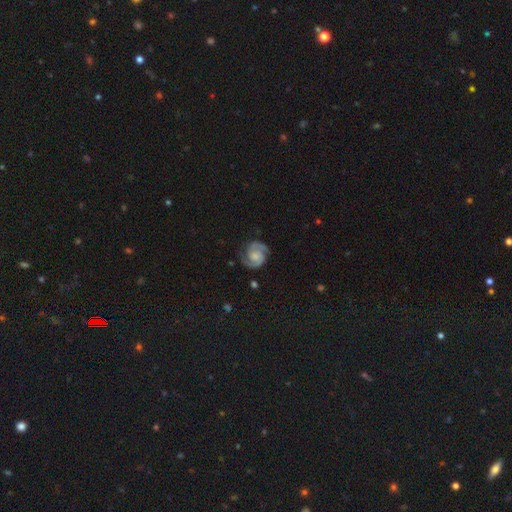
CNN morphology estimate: smooth-or-featured: featured or disk: 88% | smooth: 7% | star or artifact: 5%
  disk-edge-on: no: 98% | yes: 2%
    bar: no: 61% | weak: 32% | strong: 7%
    has-spiral-arms: yes: 98% | no: 2%
      spiral-winding: medium: 46% (tied) | tight: 46% (tied) | loose: 8%
      spiral-arm-count: 2: 91% | can't tell: 3% | 3: 3% | 1: 1% | 4: 1% | more than 4: 1%
    bulge-size: moderate: 37% | small: 35% | none: 21% | large: 6% | dominant: 1%
  merging: none: 79% | minor disturbance: 15% | major disturbance: 5% | merger: 1%